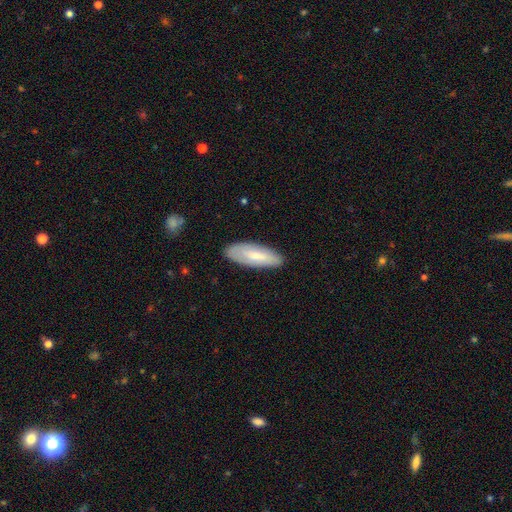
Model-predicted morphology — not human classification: The model was most divided on "how rounded": in between: 66%, cigar-shaped: 32%, round: 2%. More confident: merging — none (84%); smooth or featured — smooth (66%).